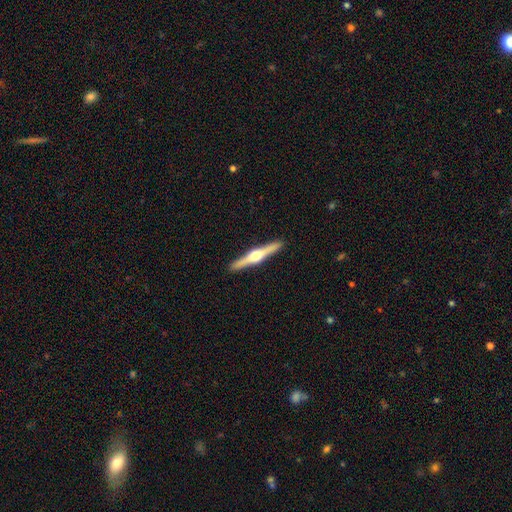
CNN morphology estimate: smooth_or_featured: featured or disk (p=0.77) [alt: smooth p=0.19]
disk_edge_on: yes (p=0.98) [alt: no p=0.02]
edge_on_bulge: rounded (p=0.95) [alt: boxy p=0.03]
merging: none (p=0.92) [alt: minor disturbance p=0.05]